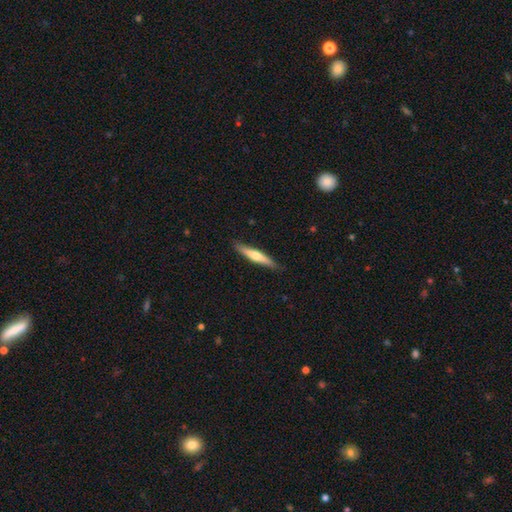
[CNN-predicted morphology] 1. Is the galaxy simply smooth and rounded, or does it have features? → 49% smooth, 46% featured or disk, 5% star or artifact.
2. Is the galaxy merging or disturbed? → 88% none, 9% minor disturbance, 2% major disturbance, 1% merger.